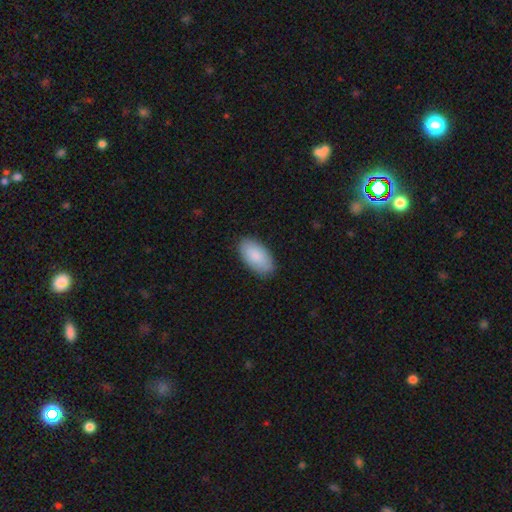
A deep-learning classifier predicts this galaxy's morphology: smooth_or_featured: smooth (p=0.88) [alt: featured or disk p=0.06]
how_rounded: in between (p=0.95) [alt: cigar-shaped p=0.02]
merging: none (p=0.86) [alt: minor disturbance p=0.10]